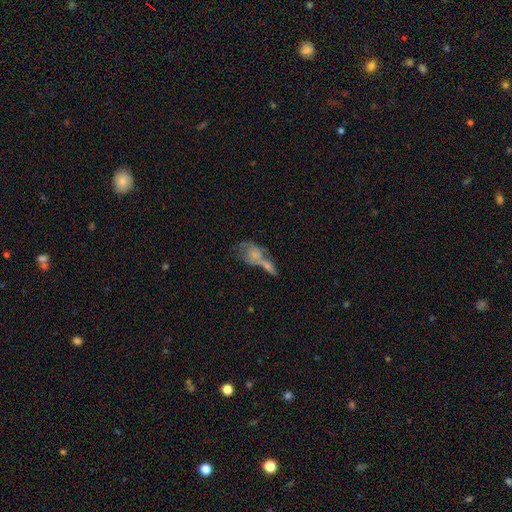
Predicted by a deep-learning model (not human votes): The model was most divided on "smooth or featured": smooth: 49%, featured or disk: 40%, star or artifact: 11%. More confident: merging — merger (55%).